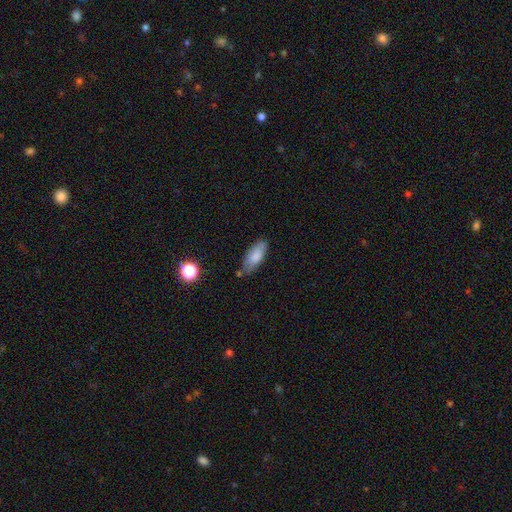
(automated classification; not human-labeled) Morphology: type=smooth (82%); roundness=in between (79%); merging=none (71%).